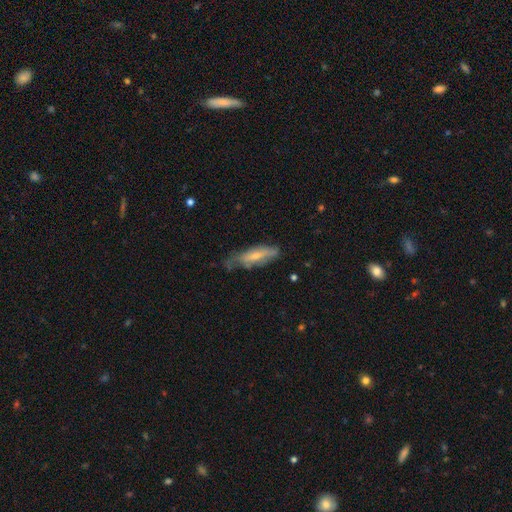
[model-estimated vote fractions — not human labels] Overall: featured or disk (47%; smooth 46%). Merging: none (46%; minor disturbance 35%).